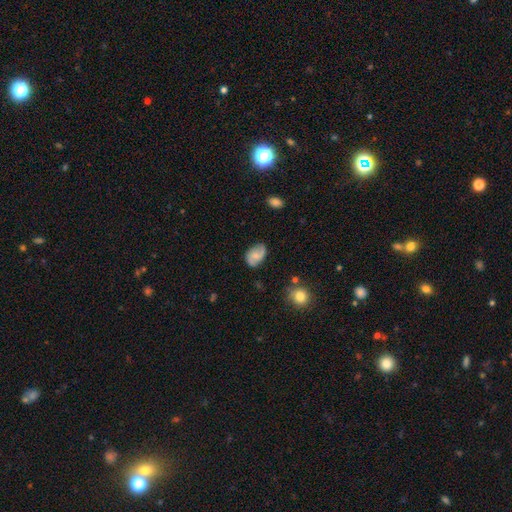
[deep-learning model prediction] Smooth or featured: featured or disk — 51% (smooth — 41%)
Edge-on disk: no — 97% (yes — 3%)
Merging: none — 72% (minor disturbance — 21%)